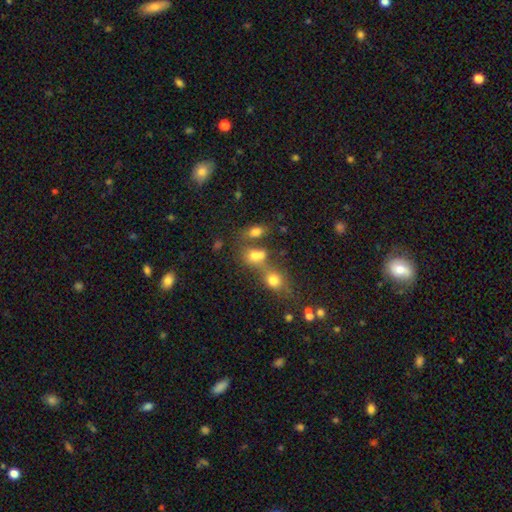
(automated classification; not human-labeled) smooth-or-featured: smooth: 71% | star or artifact: 16% | featured or disk: 14%
  how-rounded: in between: 58% | round: 39% | cigar-shaped: 3%
  merging: merger: 50% | none: 34% | minor disturbance: 10% | major disturbance: 7%